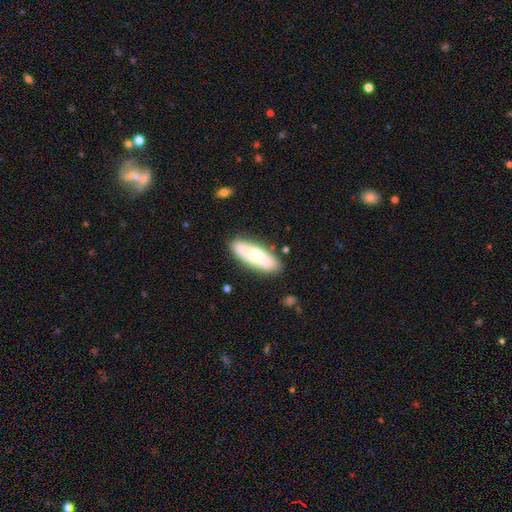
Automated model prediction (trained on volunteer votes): This appears to be a smooth galaxy with no disk features (56%) that is in between round and cigar-shaped (69%). Merging: none (81%).